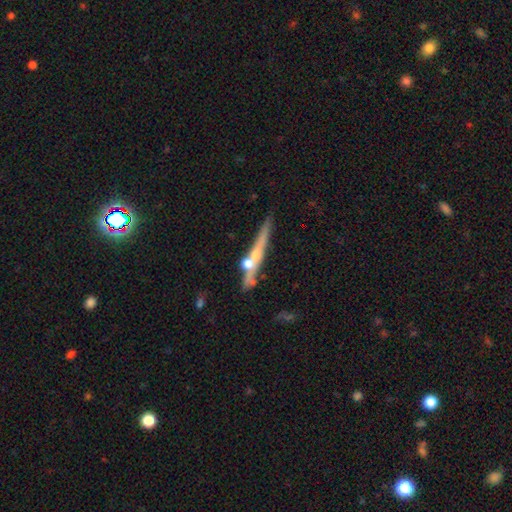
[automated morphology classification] featured or disk 63%, smooth 26%, star or artifact 11%. Down the decision tree: edge-on disk — yes (90%); edge-on bulge — rounded (75%); merging — none (61%).